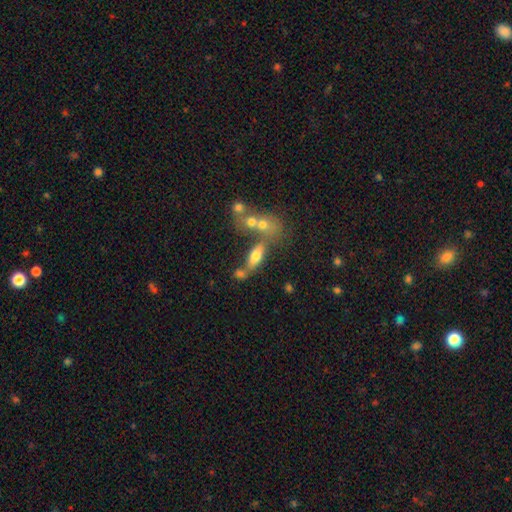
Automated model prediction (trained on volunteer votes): Smooth or featured? smooth (64%)
How rounded? in between (69%)
Merging? none (43%)